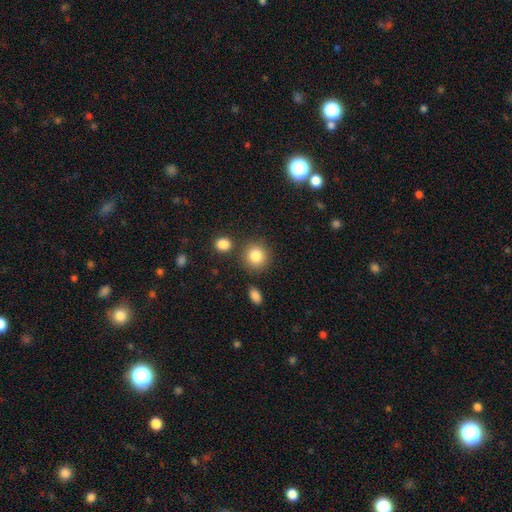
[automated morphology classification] This is clearly a smooth galaxy (85%). How rounded: clearly round (87%). Merging: likely none (80%).